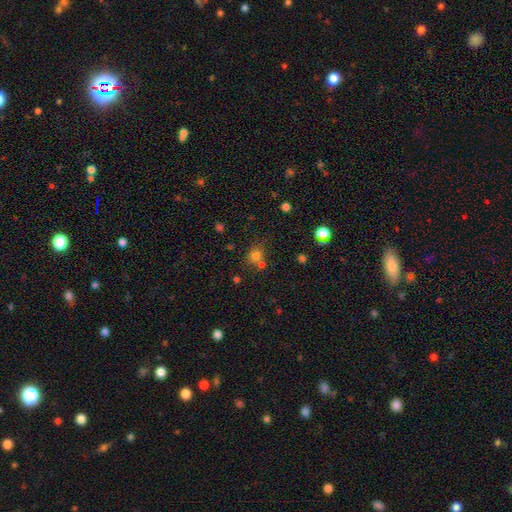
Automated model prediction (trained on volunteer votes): Q: Smooth or featured?
A: smooth (74%); runner-up: star or artifact (18%)
Q: How rounded?
A: round (74%); runner-up: in between (25%)
Q: Merging?
A: none (59%); runner-up: merger (25%)